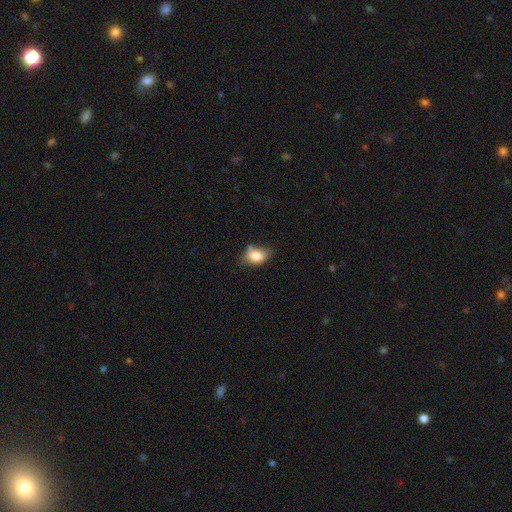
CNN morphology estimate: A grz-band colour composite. It shows a smooth galaxy with no disk features (78%) that is in between round and cigar-shaped (76%). Merging: none (42%).